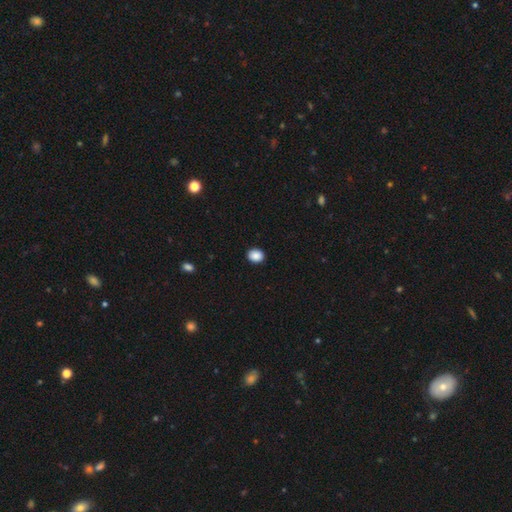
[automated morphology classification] Q: Smooth or featured?
A: smooth (89%); runner-up: star or artifact (8%)
Q: How rounded?
A: in between (51%); runner-up: round (48%)
Q: Merging?
A: none (91%); runner-up: minor disturbance (6%)